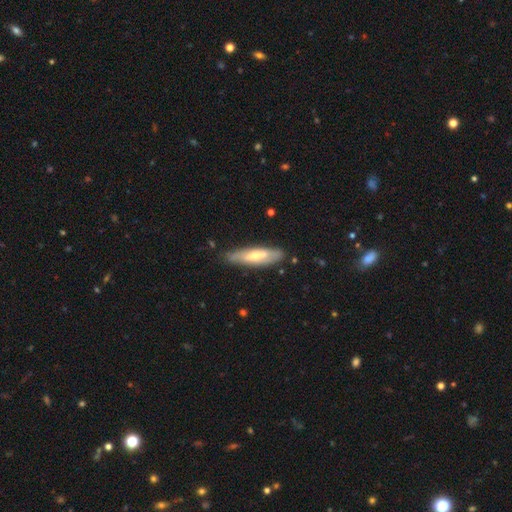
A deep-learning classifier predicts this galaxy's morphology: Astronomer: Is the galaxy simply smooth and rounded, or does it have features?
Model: smooth — 47%, tied with featured or disk at 47%.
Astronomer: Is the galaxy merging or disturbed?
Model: none — 81%.